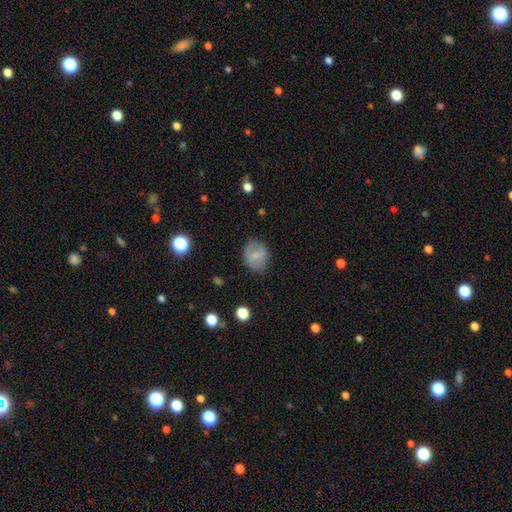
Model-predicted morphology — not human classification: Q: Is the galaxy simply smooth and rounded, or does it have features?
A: smooth — 66%.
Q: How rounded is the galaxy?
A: round — 59%.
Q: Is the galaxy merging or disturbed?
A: none — 77%.